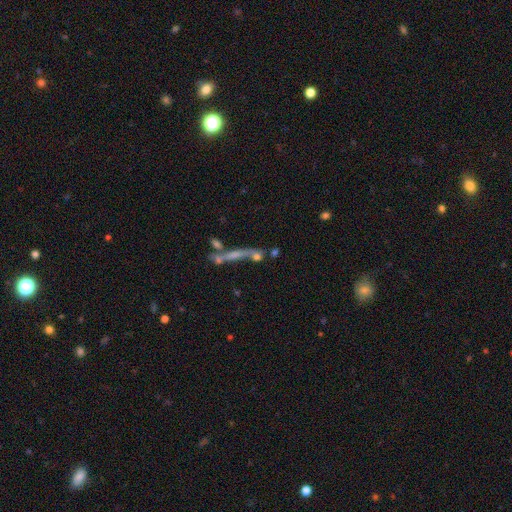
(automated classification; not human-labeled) This is possibly a featured or disk galaxy (48%). Merging: marginally none (37%).